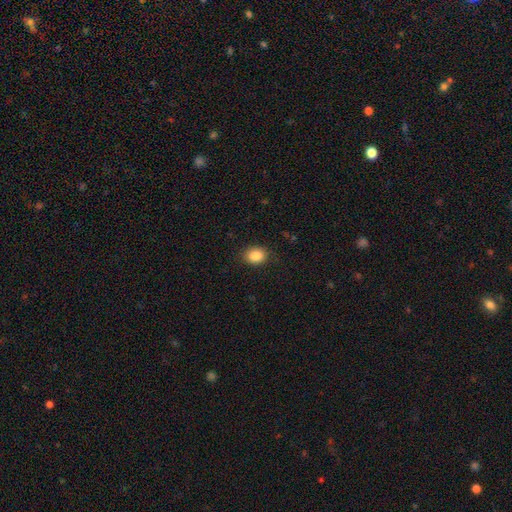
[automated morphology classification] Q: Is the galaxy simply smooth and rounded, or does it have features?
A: smooth — 86%.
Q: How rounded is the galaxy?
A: round — 50%.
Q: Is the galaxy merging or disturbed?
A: none — 86%.